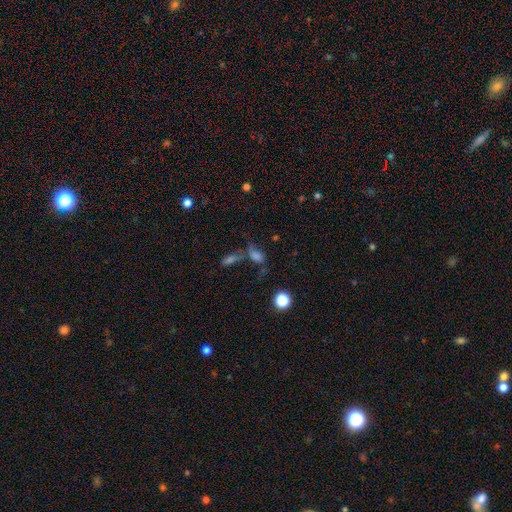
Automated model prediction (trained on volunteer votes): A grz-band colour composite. It shows a smooth galaxy with no disk features (61%) that is in between round and cigar-shaped (70%). Merging: merger (35%).